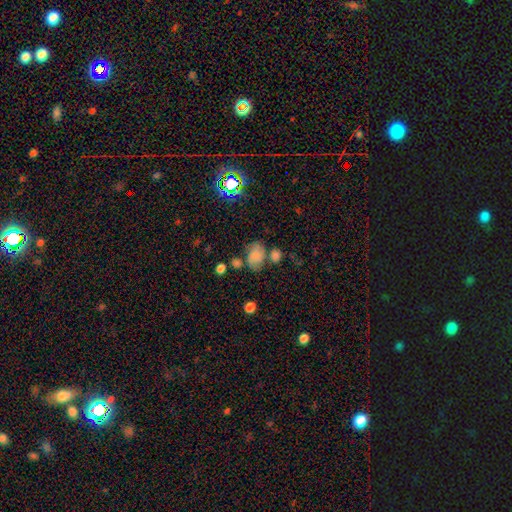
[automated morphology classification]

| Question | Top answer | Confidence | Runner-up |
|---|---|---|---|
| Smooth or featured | smooth | 73% | star or artifact (14%) |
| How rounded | in between | 77% | round (21%) |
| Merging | none | 47% | minor disturbance (22%) |